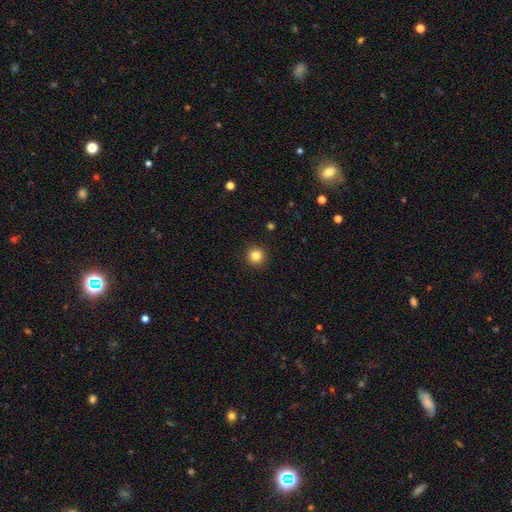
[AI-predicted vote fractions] Q: Smooth or featured?
A: smooth (84%); runner-up: star or artifact (11%)
Q: How rounded?
A: round (95%); runner-up: in between (4%)
Q: Merging?
A: none (93%); runner-up: minor disturbance (5%)